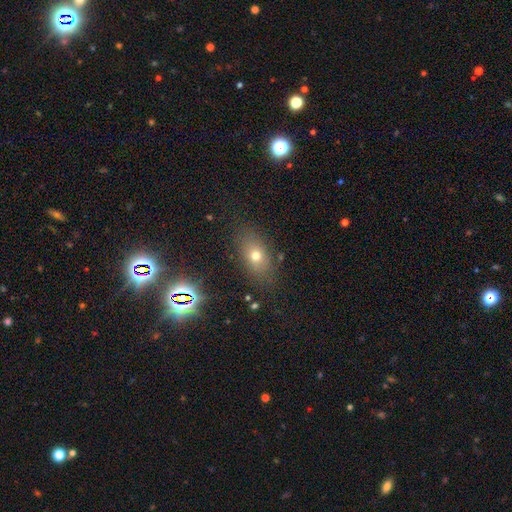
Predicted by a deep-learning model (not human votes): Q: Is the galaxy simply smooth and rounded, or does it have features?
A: smooth — 69%.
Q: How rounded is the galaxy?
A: in between — 77%.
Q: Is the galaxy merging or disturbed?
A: none — 81%.